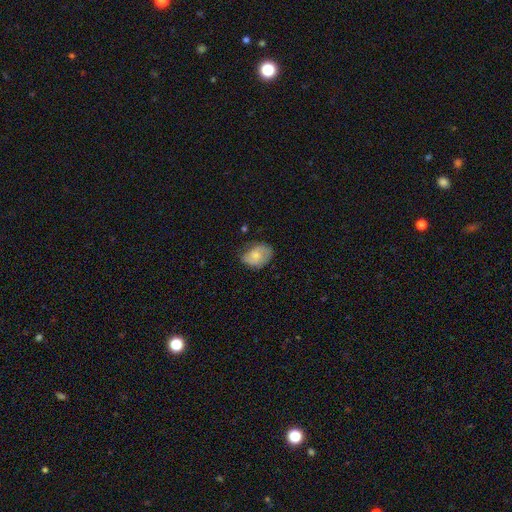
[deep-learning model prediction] Morphology: type=smooth (63%); roundness=in between (77%); merging=none (61%).